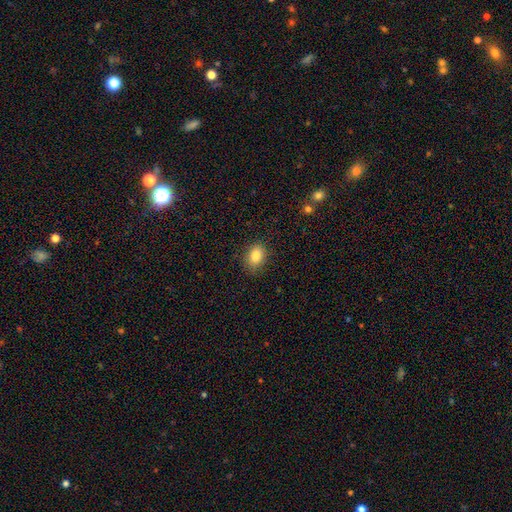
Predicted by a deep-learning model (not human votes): Smooth or featured: smooth — 84% (star or artifact — 9%)
How rounded: in between — 69% (round — 29%)
Merging: none — 85% (minor disturbance — 11%)